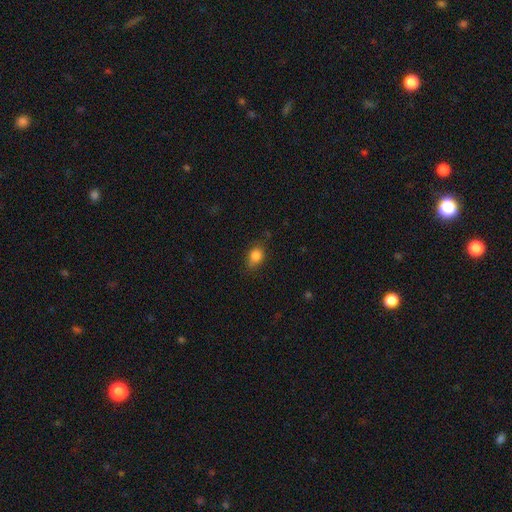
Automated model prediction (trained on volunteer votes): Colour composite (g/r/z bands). It shows a smooth galaxy with no disk features (84%) that is in between round and cigar-shaped (54%). Merging: none (73%).